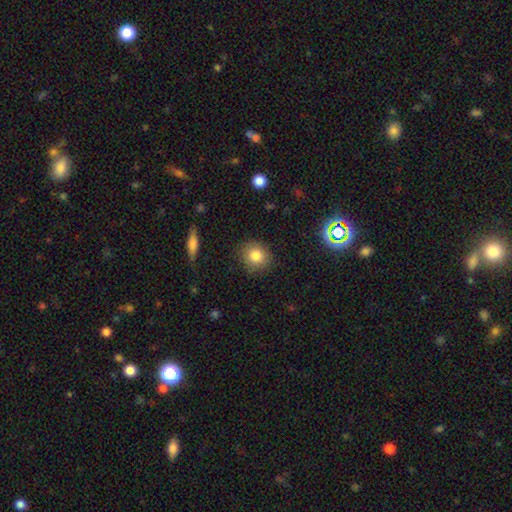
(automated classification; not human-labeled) A smooth galaxy with no disk features (81%) that is round (83%). Merging: none (86%).